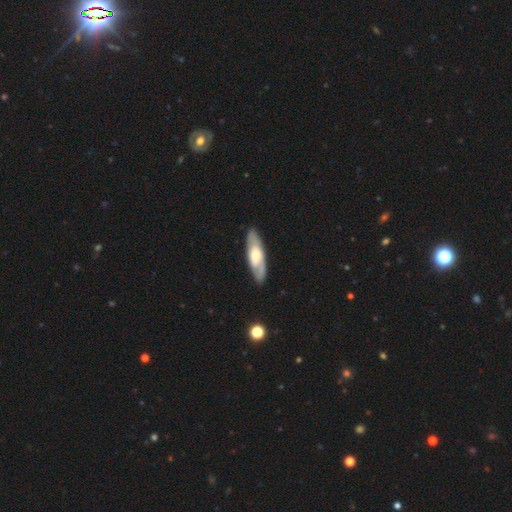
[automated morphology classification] featured or disk 58%, smooth 37%, star or artifact 5%. Down the decision tree: edge-on disk — no (67%); merging — none (84%).